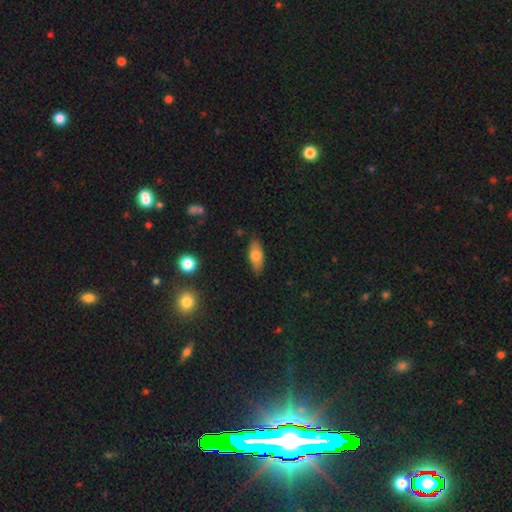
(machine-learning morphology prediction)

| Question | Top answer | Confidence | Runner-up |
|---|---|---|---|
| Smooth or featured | smooth | 70% | featured or disk (23%) |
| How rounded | in between | 75% | cigar-shaped (22%) |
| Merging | none | 85% | minor disturbance (11%) |